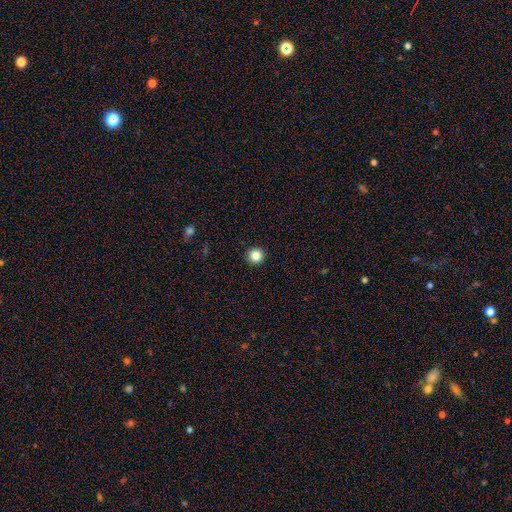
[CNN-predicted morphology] This is clearly a smooth galaxy (84%). How rounded: clearly round (96%). Merging: clearly none (93%).